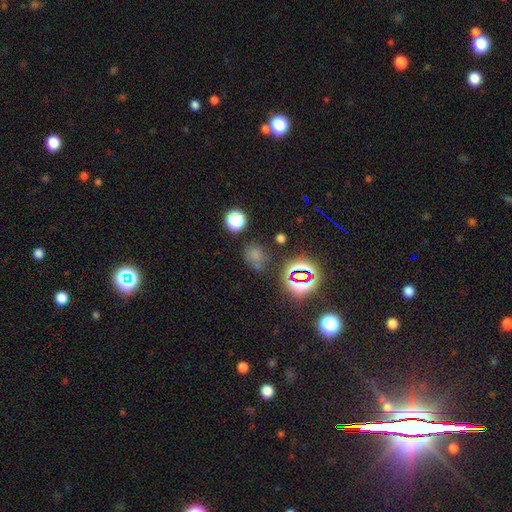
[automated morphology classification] Smooth or featured? Predicted: smooth (p=0.56). How rounded? Predicted: round (p=0.68). Merging? Predicted: none (p=0.65).